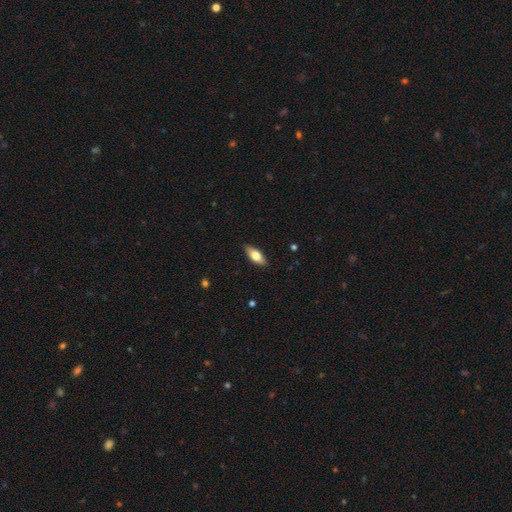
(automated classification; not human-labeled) A smooth galaxy with no disk features (66%) that is in between round and cigar-shaped (77%). Merging: none (88%).